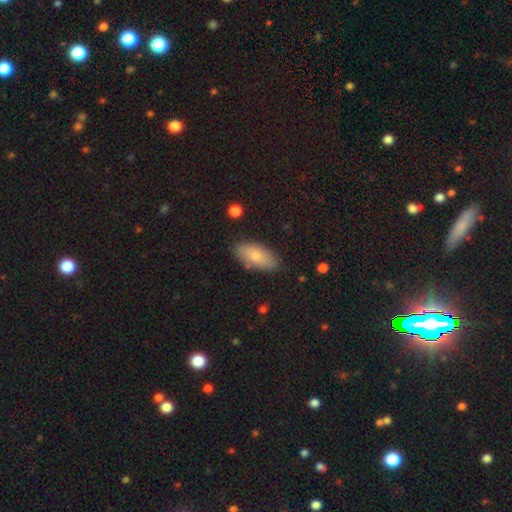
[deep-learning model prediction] Smooth or featured? smooth (76%)
How rounded? in between (90%)
Merging? none (82%)